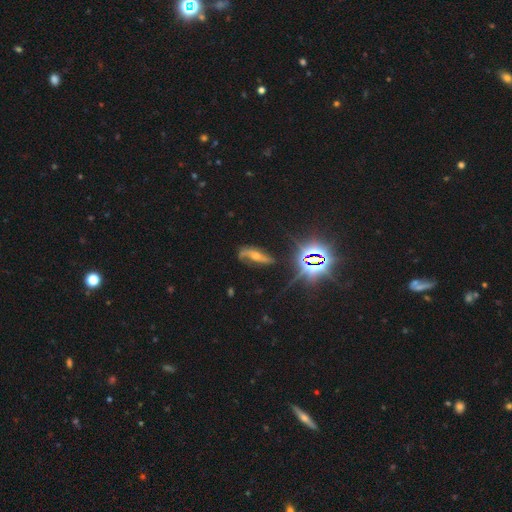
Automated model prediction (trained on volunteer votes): Smooth or featured? Predicted: featured or disk (p=0.57). Edge-on disk? Predicted: no (p=0.72). Merging? Predicted: none (p=0.64).